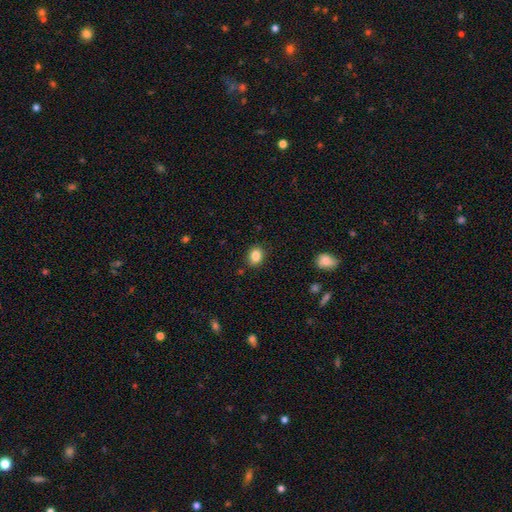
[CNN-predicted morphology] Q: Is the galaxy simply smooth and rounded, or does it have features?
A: smooth — 85%.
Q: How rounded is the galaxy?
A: in between — 50%.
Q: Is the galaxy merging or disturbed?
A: none — 86%.